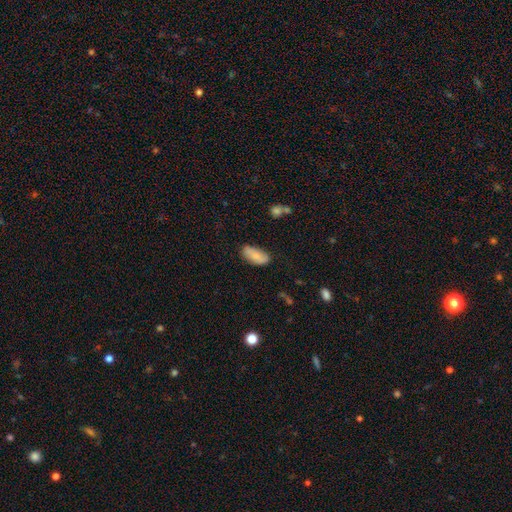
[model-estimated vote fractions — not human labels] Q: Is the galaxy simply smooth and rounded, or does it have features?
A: smooth — 77%.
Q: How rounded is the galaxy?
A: in between — 90%.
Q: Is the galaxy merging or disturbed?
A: none — 75%.